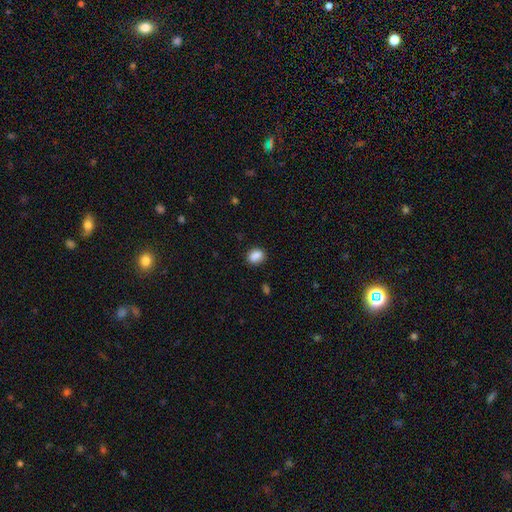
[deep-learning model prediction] Smooth or featured?
  - smooth: 87% *
  - star or artifact: 9%
  - featured or disk: 4%
How rounded?
  - in between: 57% *
  - round: 42%
  - cigar-shaped: 1%
Merging?
  - none: 81% *
  - minor disturbance: 13%
  - major disturbance: 3%
  - merger: 3%